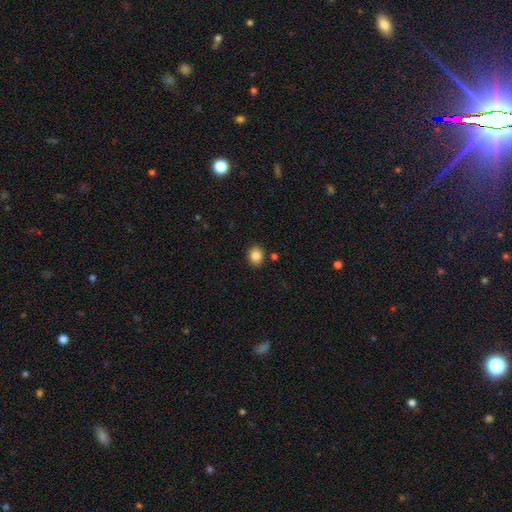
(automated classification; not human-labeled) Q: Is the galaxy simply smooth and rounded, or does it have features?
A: smooth — 85%.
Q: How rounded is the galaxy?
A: round — 56%.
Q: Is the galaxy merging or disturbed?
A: none — 87%.